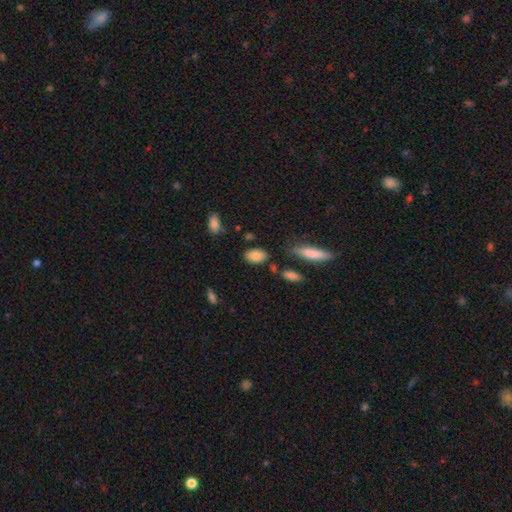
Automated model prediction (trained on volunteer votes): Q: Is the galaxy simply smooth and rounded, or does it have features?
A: smooth — 84%.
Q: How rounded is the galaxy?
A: in between — 90%.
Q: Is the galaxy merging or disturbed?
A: none — 77%.